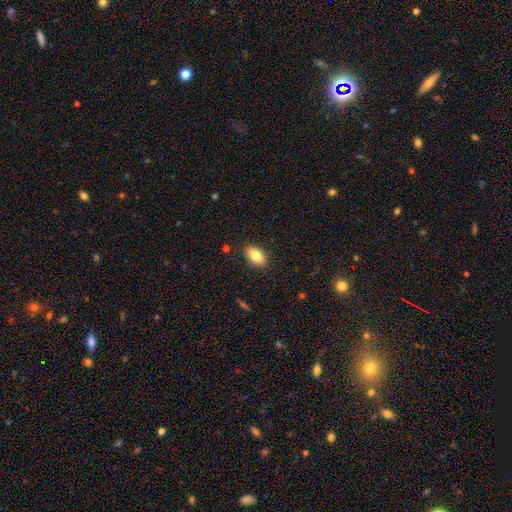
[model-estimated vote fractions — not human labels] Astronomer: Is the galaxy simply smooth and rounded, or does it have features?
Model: smooth — 83%.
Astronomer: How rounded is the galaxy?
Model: in between — 91%.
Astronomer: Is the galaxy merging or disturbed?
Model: none — 88%.